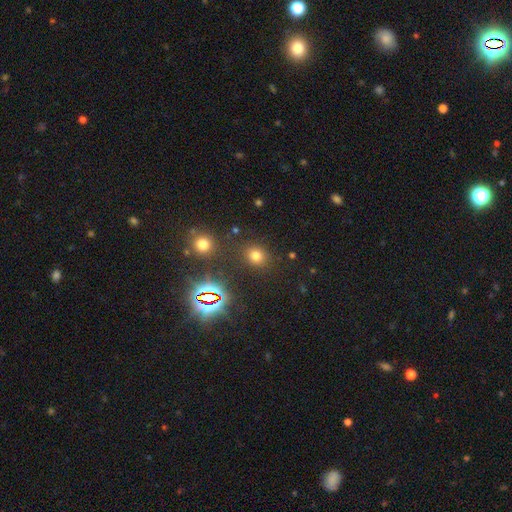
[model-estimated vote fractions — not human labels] Overall: smooth (69%). How rounded: round (73%). Merging: none (84%).